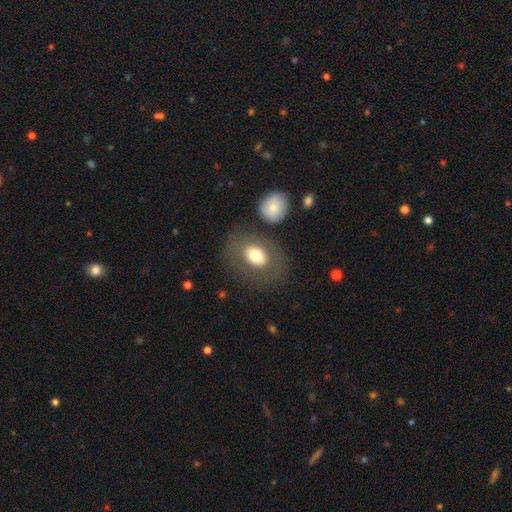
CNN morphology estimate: A smooth galaxy with no disk features (68%) that is in between round and cigar-shaped (70%). Merging: none (73%).